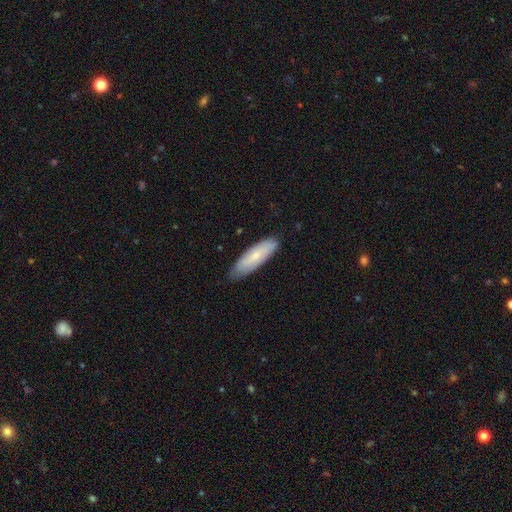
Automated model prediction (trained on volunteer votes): smooth-or-featured: smooth: 69% | featured or disk: 26% | star or artifact: 6%
  how-rounded: cigar-shaped: 50% | in between: 49% | round: 2%
  merging: none: 81% | minor disturbance: 16% | major disturbance: 2% | merger: 1%